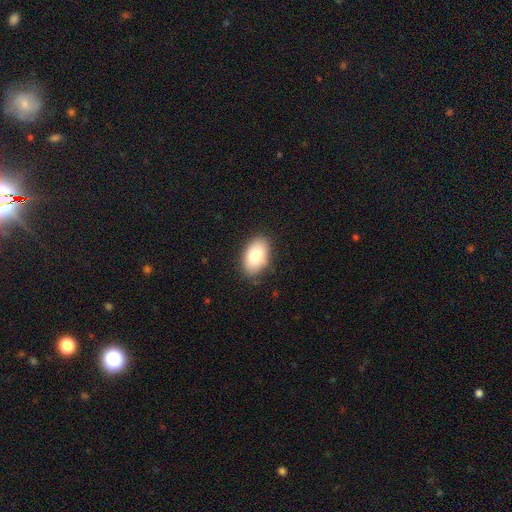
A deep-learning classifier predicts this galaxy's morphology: type=smooth (82%); roundness=in between (93%); merging=none (83%).